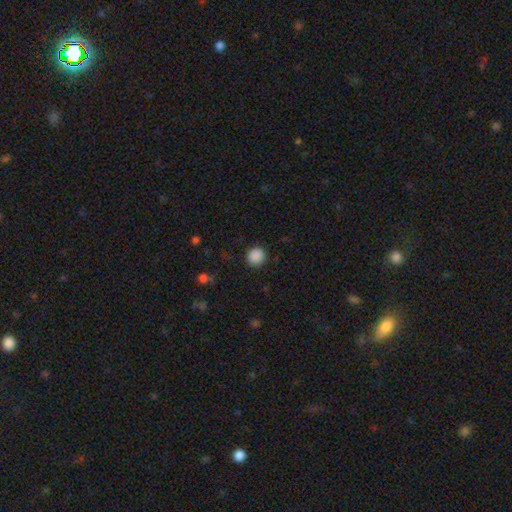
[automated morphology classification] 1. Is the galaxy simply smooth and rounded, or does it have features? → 88% smooth, 9% star or artifact, 2% featured or disk.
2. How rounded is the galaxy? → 92% round, 7% in between, 1% cigar-shaped.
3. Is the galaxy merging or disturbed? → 90% none, 6% minor disturbance, 2% major disturbance, 1% merger.